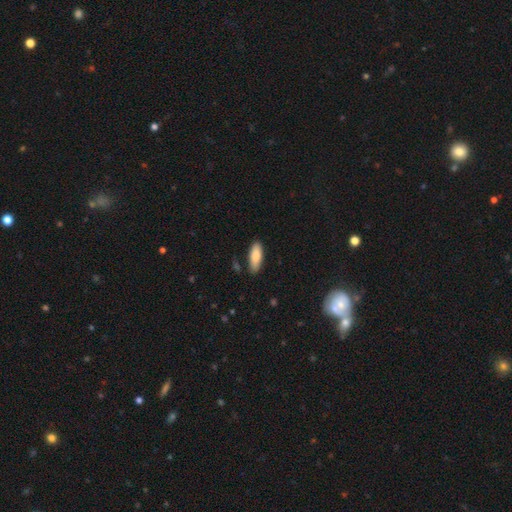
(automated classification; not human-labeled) A smooth galaxy with no disk features (84%) that is in between round and cigar-shaped (66%). Merging: none (84%).